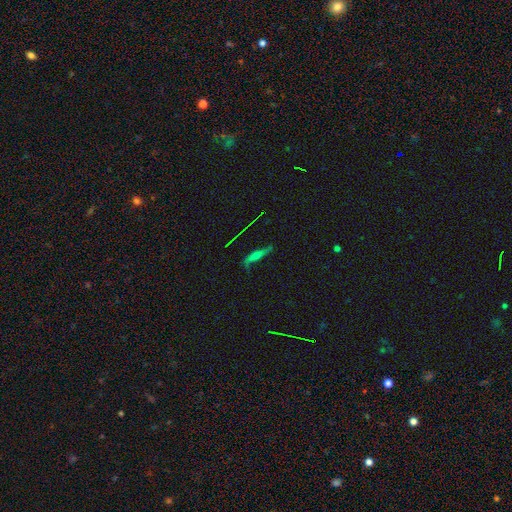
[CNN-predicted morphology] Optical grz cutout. It shows a featured or disk galaxy (57%) viewed edge-on (64%). Merging: none (63%).